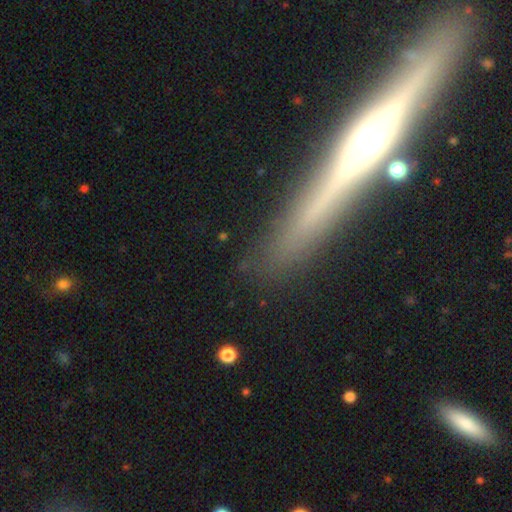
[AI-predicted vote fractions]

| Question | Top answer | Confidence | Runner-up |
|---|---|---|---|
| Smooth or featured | featured or disk | 64% | smooth (24%) |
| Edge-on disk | yes | 92% | no (8%) |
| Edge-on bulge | rounded | 59% | none (23%) |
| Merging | none | 82% | minor disturbance (11%) |